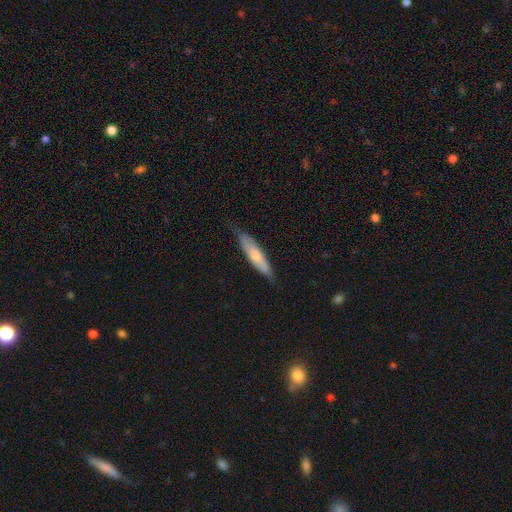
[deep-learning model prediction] smooth 59%, featured or disk 36%, star or artifact 5%. Down the decision tree: how rounded — cigar-shaped (71%); merging — none (73%).